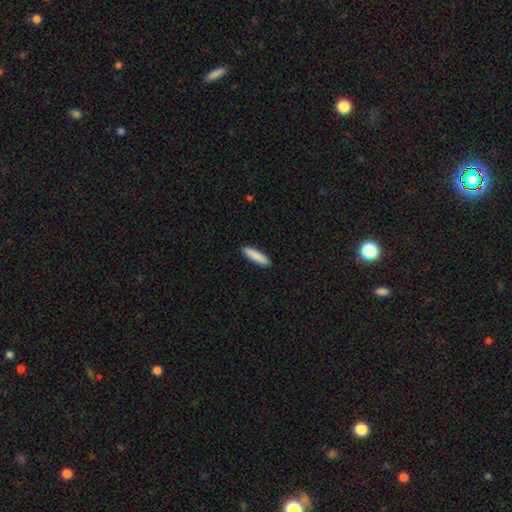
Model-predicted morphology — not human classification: type=smooth (88%); roundness=cigar-shaped (78%); merging=none (91%).